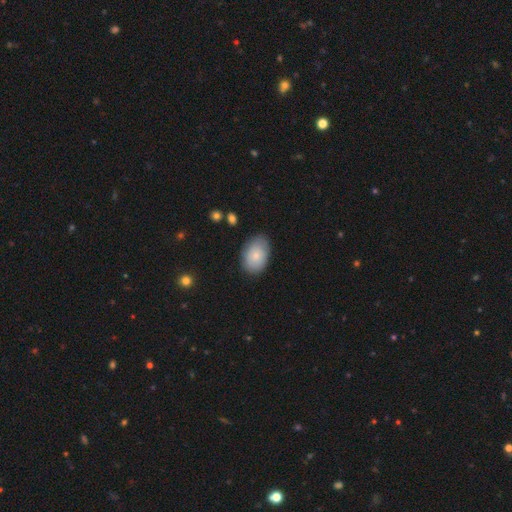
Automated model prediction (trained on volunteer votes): A smooth galaxy with no disk features (76%) that is in between round and cigar-shaped (87%).

Vote fractions:
- Smooth or featured? smooth: 76% / featured or disk: 17% / star or artifact: 7%
- How rounded? in between: 87% / round: 12% / cigar-shaped: 1%
- Merging? none: 80% / minor disturbance: 15% / major disturbance: 3% / merger: 1%